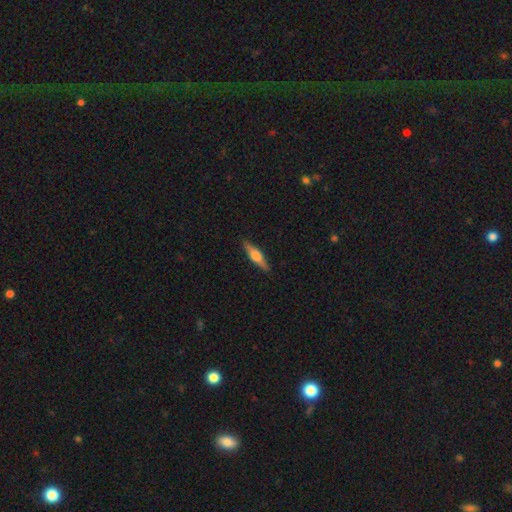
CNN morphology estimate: Smooth or featured?
  - featured or disk: 60% *
  - smooth: 35%
  - star or artifact: 6%
Edge-on disk?
  - yes: 96% *
  - no: 4%
Edge-on bulge?
  - rounded: 86% *
  - boxy: 11%
  - none: 3%
Merging?
  - none: 89% *
  - minor disturbance: 8%
  - major disturbance: 2%
  - merger: 1%